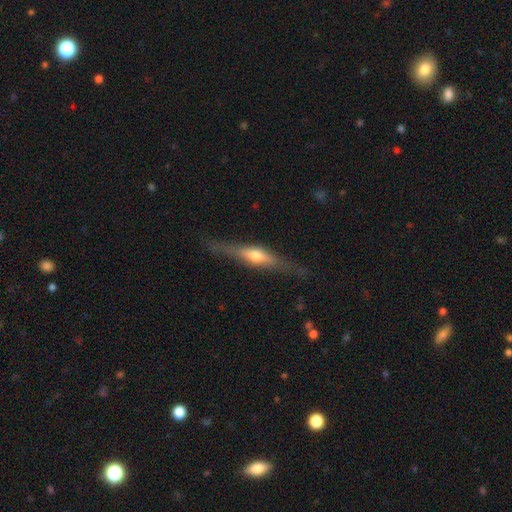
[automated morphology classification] smooth_or_featured: featured or disk (p=0.67) [alt: smooth p=0.27]
disk_edge_on: yes (p=0.95) [alt: no p=0.05]
edge_on_bulge: rounded (p=0.88) [alt: boxy p=0.07]
merging: none (p=0.82) [alt: minor disturbance p=0.13]